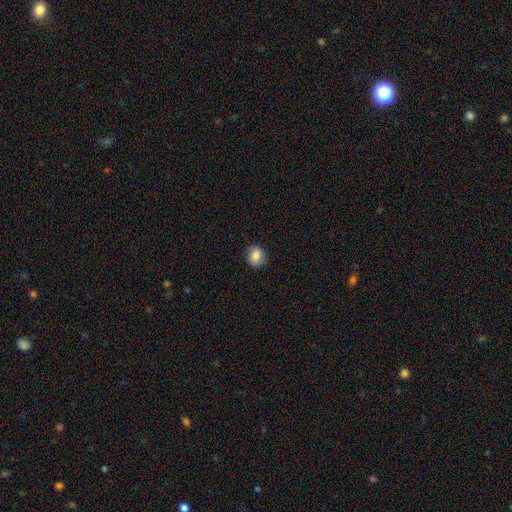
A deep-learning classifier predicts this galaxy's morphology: type=smooth (80%); roundness=round (77%); merging=none (86%).